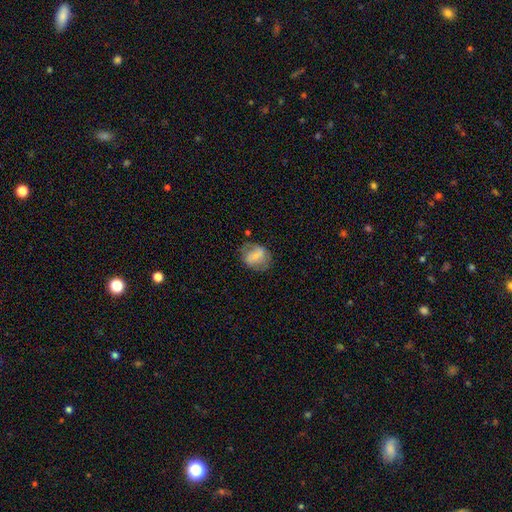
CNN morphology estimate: This appears to be a smooth galaxy with no disk features (55%) that is round (53%). Merging: none (60%).